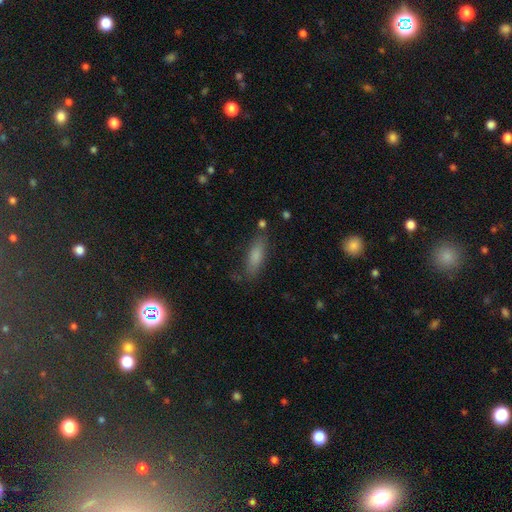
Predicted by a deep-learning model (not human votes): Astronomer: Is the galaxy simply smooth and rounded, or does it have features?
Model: smooth — 78%.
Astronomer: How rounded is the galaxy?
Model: in between — 53% (runner-up: cigar-shaped, 45%).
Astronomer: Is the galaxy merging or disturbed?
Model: none — 74%.